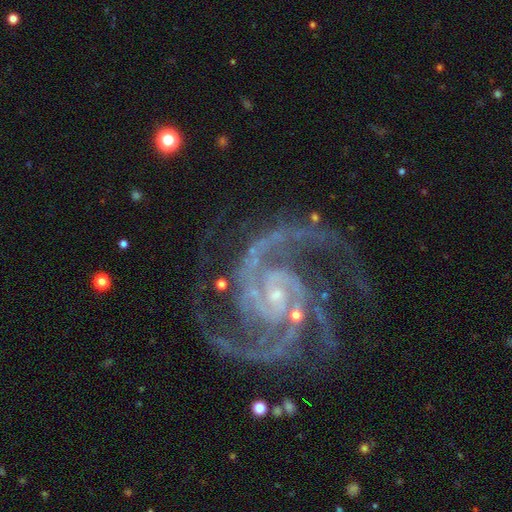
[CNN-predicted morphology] type=featured or disk (94%); edge-on=no (98%); bar=no (56%); spiral arms=yes (99%); winding=medium (49%); arm count=2 (55%); bulge=small (79%); merging=none (74%).